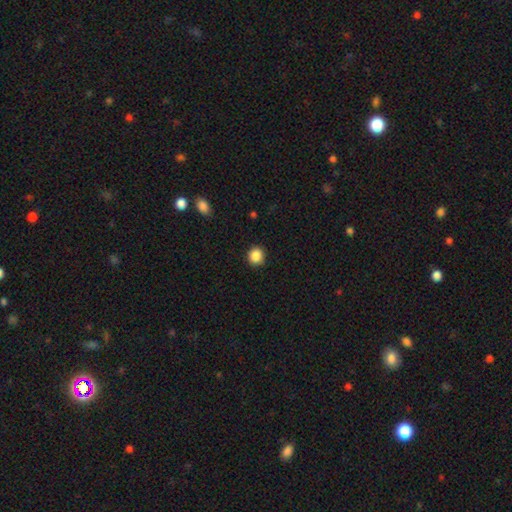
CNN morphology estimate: This is clearly a smooth galaxy (88%). How rounded: clearly round (89%). Merging: clearly none (90%).